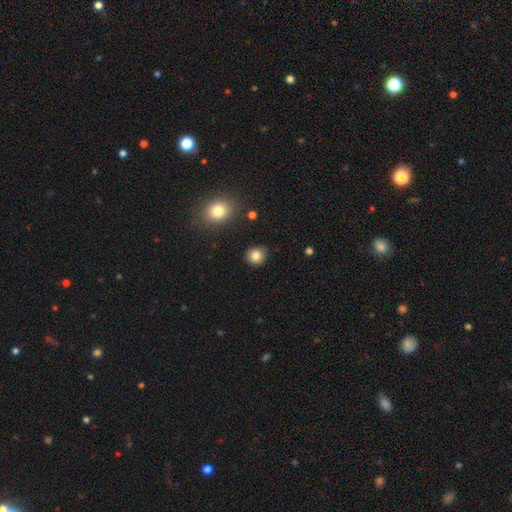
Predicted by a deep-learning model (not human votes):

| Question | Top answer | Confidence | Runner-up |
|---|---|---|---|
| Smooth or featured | smooth | 84% | star or artifact (11%) |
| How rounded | round | 89% | in between (10%) |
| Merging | none | 89% | minor disturbance (8%) |